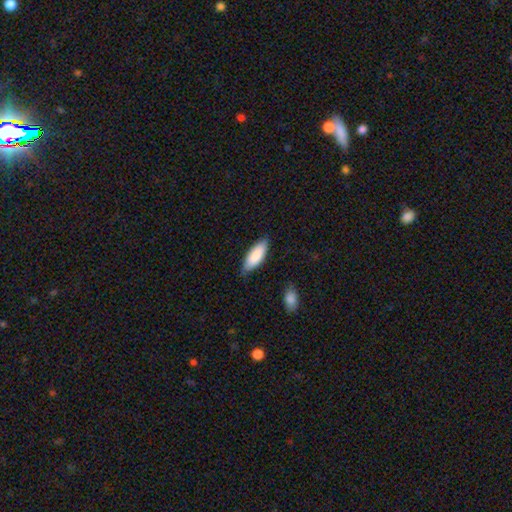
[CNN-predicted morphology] Overall: smooth (86%). How rounded: in between (75%). Merging: none (77%).